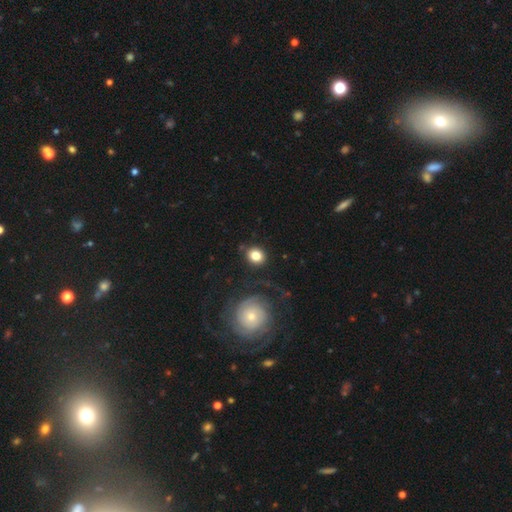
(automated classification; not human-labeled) A smooth galaxy with no disk features (81%) that is round (70%).

Vote fractions:
- Smooth or featured? smooth: 81% / featured or disk: 11% / star or artifact: 8%
- How rounded? round: 70% / in between: 29% / cigar-shaped: 1%
- Merging? none: 83% / minor disturbance: 10% / major disturbance: 4% / merger: 3%